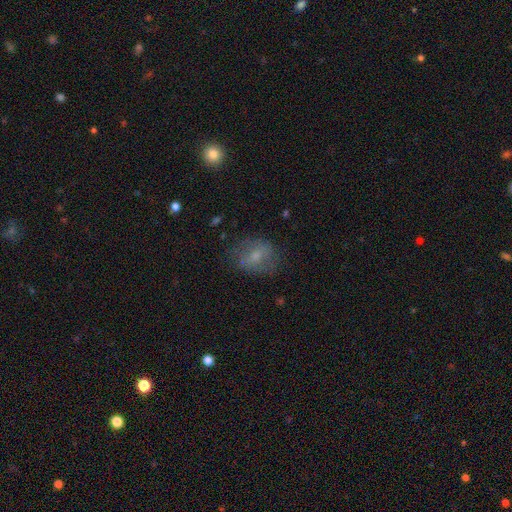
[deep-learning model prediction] A smooth galaxy with no disk features (61%) that is in between round and cigar-shaped (56%).

Vote fractions:
- Smooth or featured? smooth: 61% / featured or disk: 28% / star or artifact: 11%
- How rounded? in between: 56% / round: 43% / cigar-shaped: 2%
- Merging? none: 66% / minor disturbance: 21% / major disturbance: 12% / merger: 1%